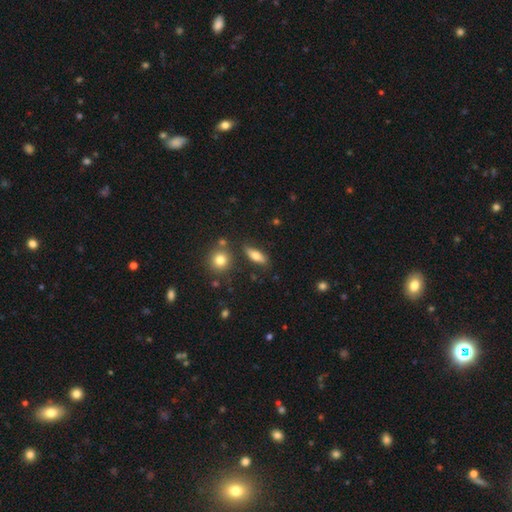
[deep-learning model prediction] Smooth or featured?
  - smooth: 70% *
  - featured or disk: 22%
  - star or artifact: 8%
How rounded?
  - in between: 65% *
  - cigar-shaped: 31%
  - round: 5%
Merging?
  - none: 80% *
  - minor disturbance: 12%
  - merger: 5%
  - major disturbance: 3%